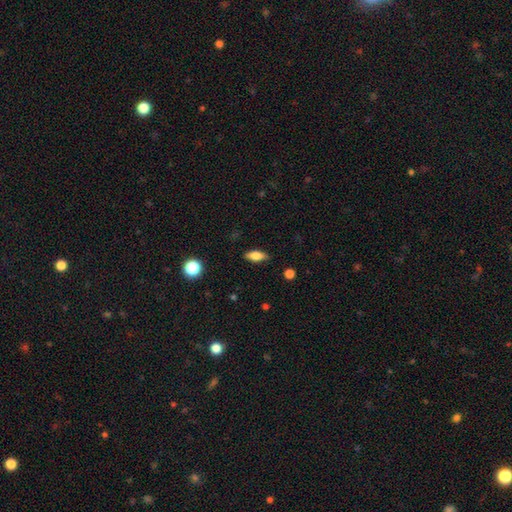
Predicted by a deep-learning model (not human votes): A smooth galaxy with no disk features (70%) that is in between round and cigar-shaped (74%). Merging: none (84%).